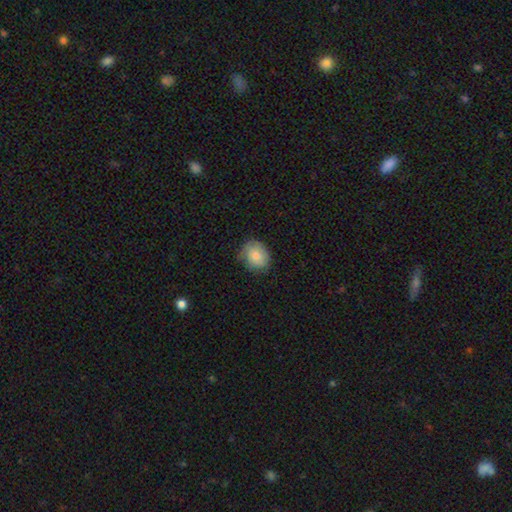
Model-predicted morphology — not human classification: Overall: smooth (81%). How rounded: round (58%; in between 41%). Merging: none (66%; minor disturbance 26%).